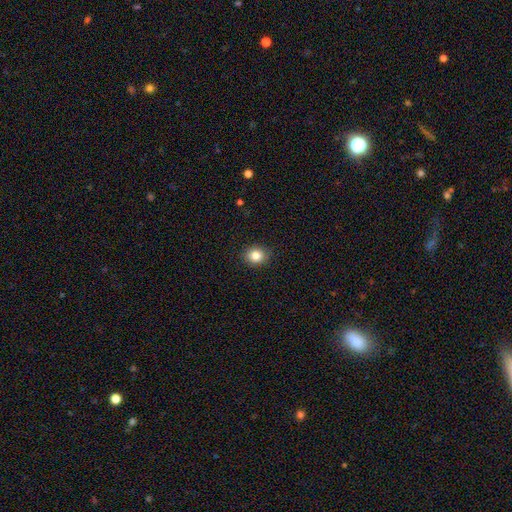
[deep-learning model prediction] Smooth or featured?
  - smooth: 84% *
  - star or artifact: 10%
  - featured or disk: 6%
How rounded?
  - round: 67% *
  - in between: 32%
  - cigar-shaped: 1%
Merging?
  - none: 90% *
  - minor disturbance: 7%
  - major disturbance: 2%
  - merger: 1%